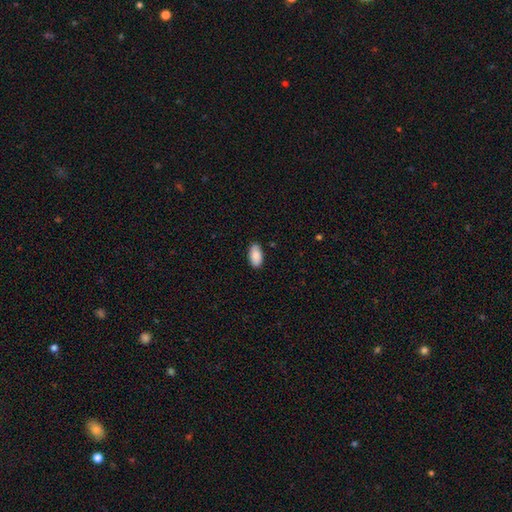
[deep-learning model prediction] Overall: smooth (89%). How rounded: in between (95%). Merging: none (86%).